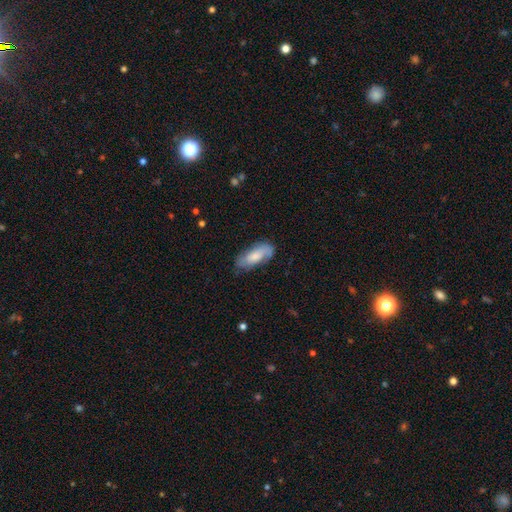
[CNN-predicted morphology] smooth-or-featured: smooth: 61% | featured or disk: 32% | star or artifact: 6%
  how-rounded: in between: 81% | cigar-shaped: 17% | round: 2%
  merging: none: 69% | minor disturbance: 23% | major disturbance: 6% | merger: 2%